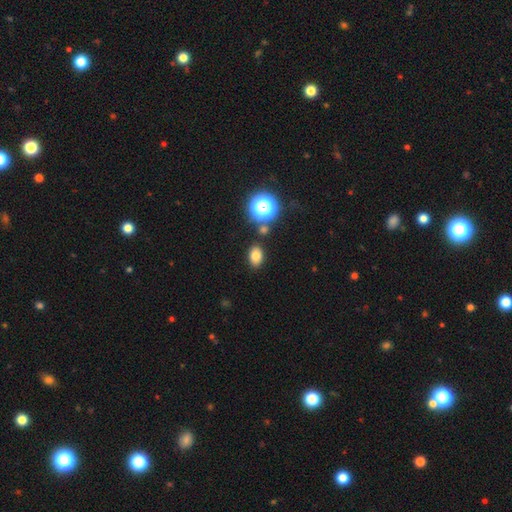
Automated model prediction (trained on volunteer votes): Q: Smooth or featured?
A: smooth (77%); runner-up: star or artifact (15%)
Q: How rounded?
A: in between (78%); runner-up: round (21%)
Q: Merging?
A: none (83%); runner-up: minor disturbance (9%)